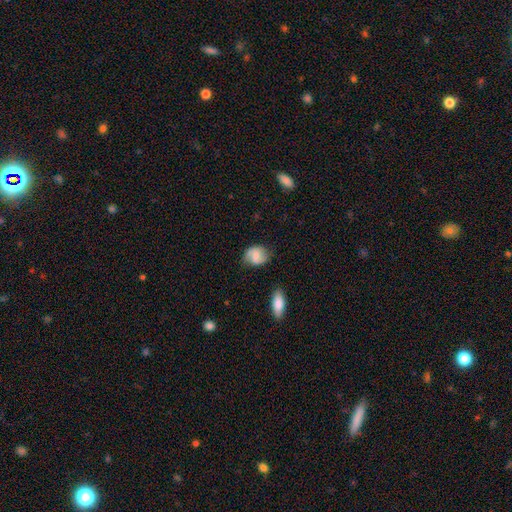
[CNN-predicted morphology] Smooth or featured: featured or disk — 49% (smooth — 44%)
Merging: none — 73% (minor disturbance — 20%)